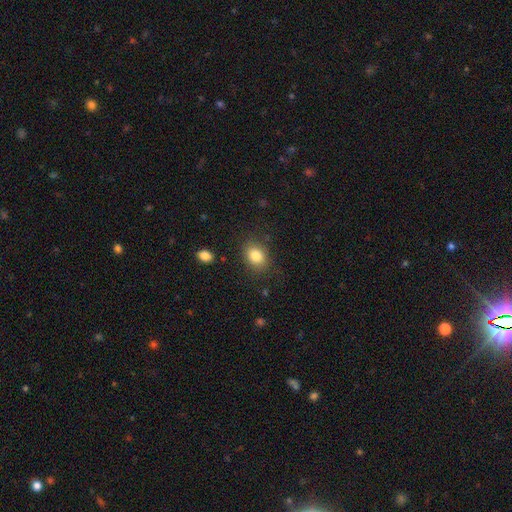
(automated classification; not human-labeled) Overall: smooth (83%). How rounded: in between (58%; round 41%). Merging: none (83%).